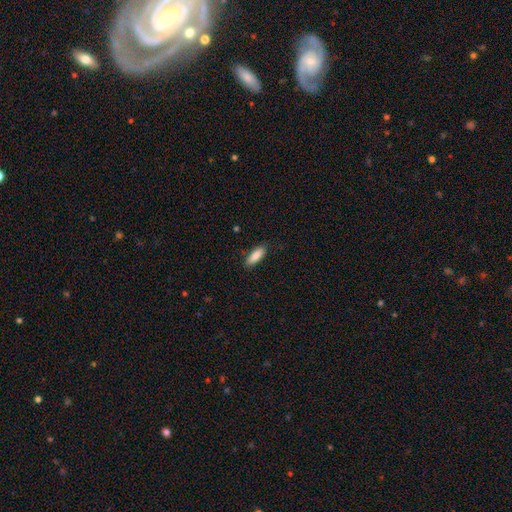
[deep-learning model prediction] This is clearly a smooth galaxy (87%). How rounded: likely in between (65%). Merging: clearly none (87%).